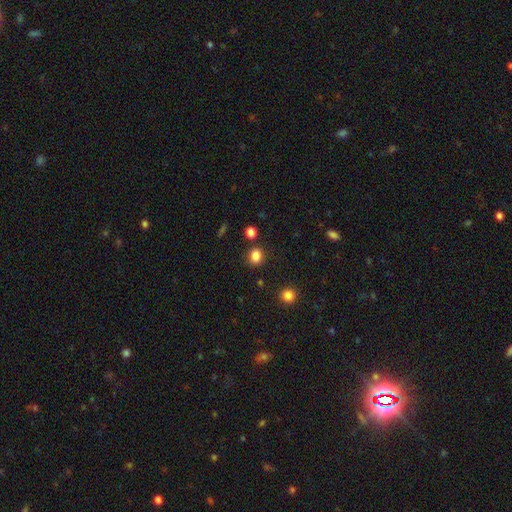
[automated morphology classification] type=smooth (83%); roundness=round (63%); merging=none (83%).